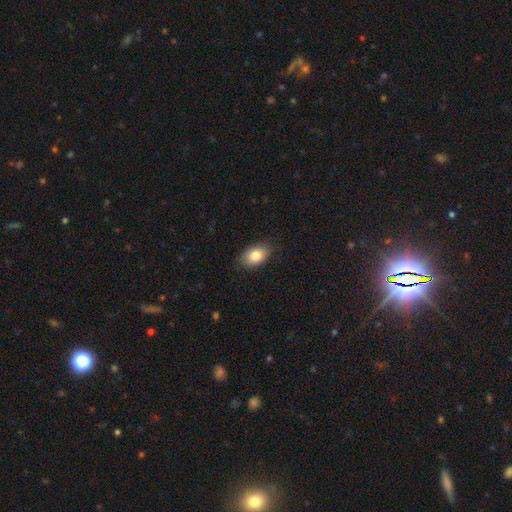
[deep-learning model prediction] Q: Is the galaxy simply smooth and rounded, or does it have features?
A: smooth — 83%.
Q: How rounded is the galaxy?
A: in between — 89%.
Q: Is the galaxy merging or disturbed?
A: none — 84%.